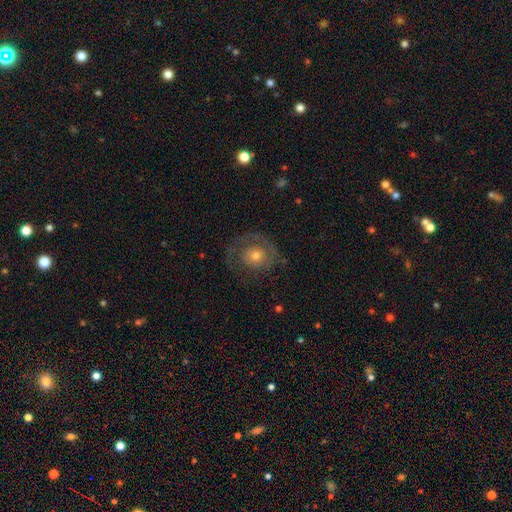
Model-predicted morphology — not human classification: Smooth or featured?
  - featured or disk: 62% *
  - smooth: 30%
  - star or artifact: 8%
Edge-on disk?
  - no: 97% *
  - yes: 3%
Bar?
  - no: 85% *
  - weak: 13%
  - strong: 3%
Spiral arms?
  - yes: 68% *
  - no: 32%
Bulge size?
  - moderate: 52% *
  - small: 40%
  - large: 5%
  - none: 2%
  - dominant: 1%
Merging?
  - none: 68% *
  - minor disturbance: 15%
  - major disturbance: 15%
  - merger: 1%